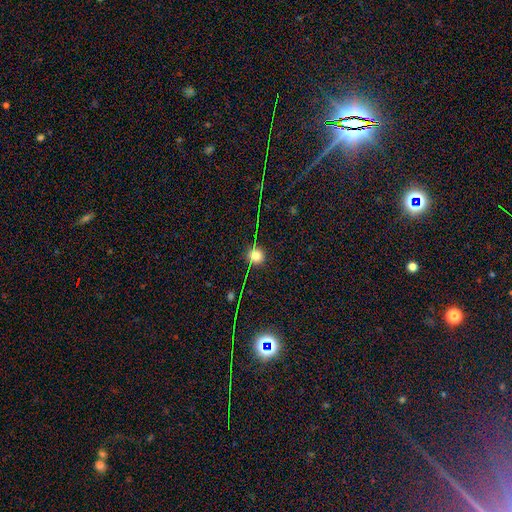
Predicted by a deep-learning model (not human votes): Overall: smooth (71%). How rounded: round (90%). Merging: none (87%).